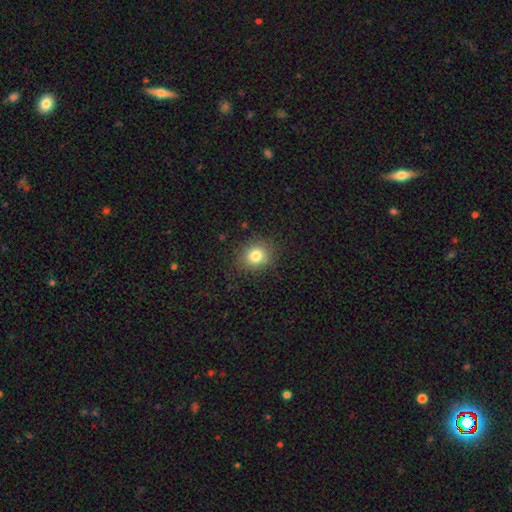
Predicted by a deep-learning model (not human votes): Smooth or featured?
  - smooth: 80% *
  - star or artifact: 12%
  - featured or disk: 8%
How rounded?
  - round: 71% *
  - in between: 28%
  - cigar-shaped: 1%
Merging?
  - none: 84% *
  - minor disturbance: 11%
  - major disturbance: 4%
  - merger: 1%